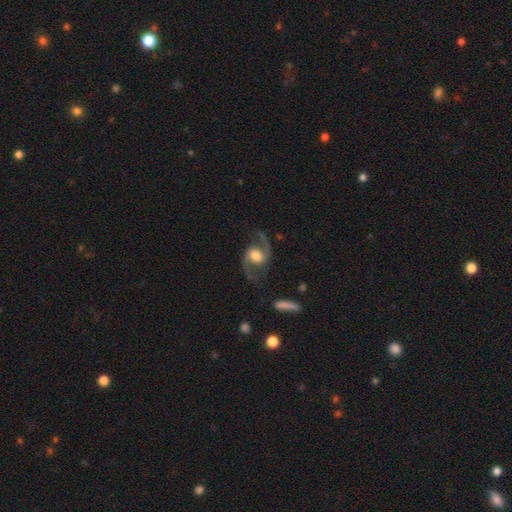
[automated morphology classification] A featured or disk galaxy (92%) with no bar (45%), 2 (95%) loose (47%) spiral arms (98%) and a moderate central bulge (57%). Merging: none (80%).